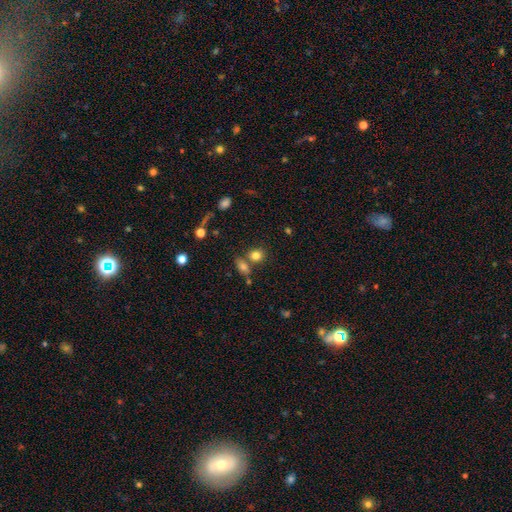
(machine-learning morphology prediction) Q: Smooth or featured?
A: smooth (80%); runner-up: star or artifact (12%)
Q: How rounded?
A: round (67%); runner-up: in between (31%)
Q: Merging?
A: none (62%); runner-up: merger (24%)